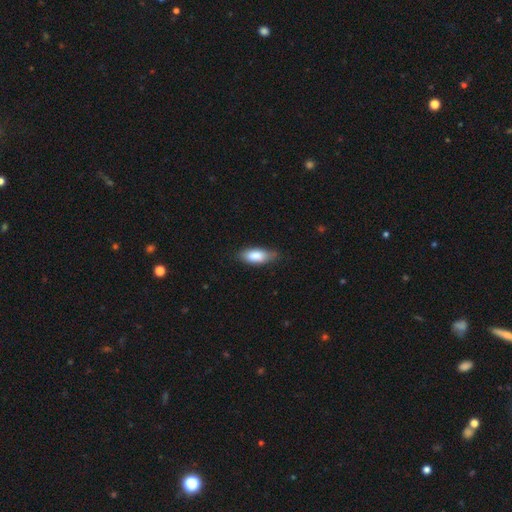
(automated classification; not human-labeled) This appears to be a smooth galaxy with no disk features (84%) that is in between round and cigar-shaped (81%). Merging: none (71%).